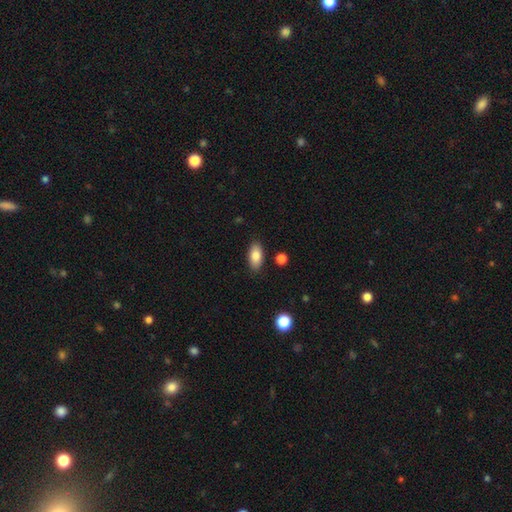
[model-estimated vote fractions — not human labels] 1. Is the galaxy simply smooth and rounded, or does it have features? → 83% smooth, 10% featured or disk, 7% star or artifact.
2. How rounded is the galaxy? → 89% in between, 7% cigar-shaped, 4% round.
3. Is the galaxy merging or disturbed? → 86% none, 9% minor disturbance, 2% merger, 2% major disturbance.